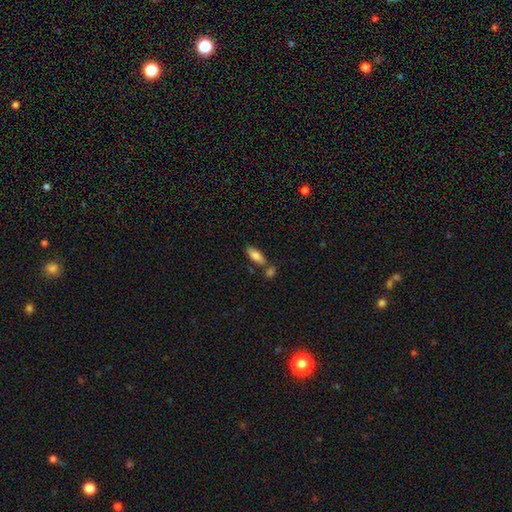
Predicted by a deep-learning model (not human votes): Q: Smooth or featured?
A: smooth (79%); runner-up: featured or disk (13%)
Q: How rounded?
A: in between (68%); runner-up: cigar-shaped (30%)
Q: Merging?
A: none (64%); runner-up: merger (21%)